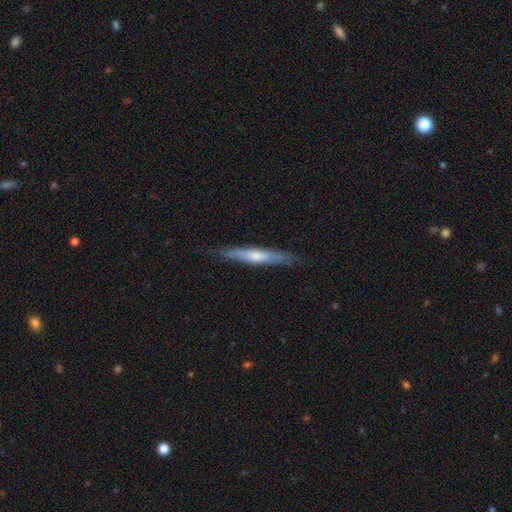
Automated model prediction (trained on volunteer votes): Morphology: type=featured or disk (48%); merging=none (84%).